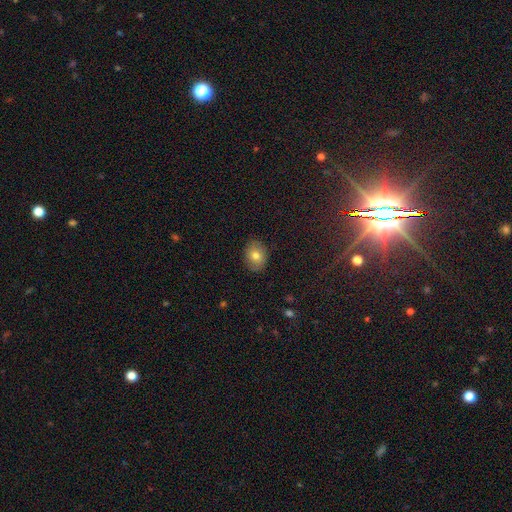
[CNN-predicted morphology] The model was most divided on "how rounded": in between: 58%, round: 41%, cigar-shaped: 1%. More confident: merging — none (87%); smooth or featured — smooth (77%).